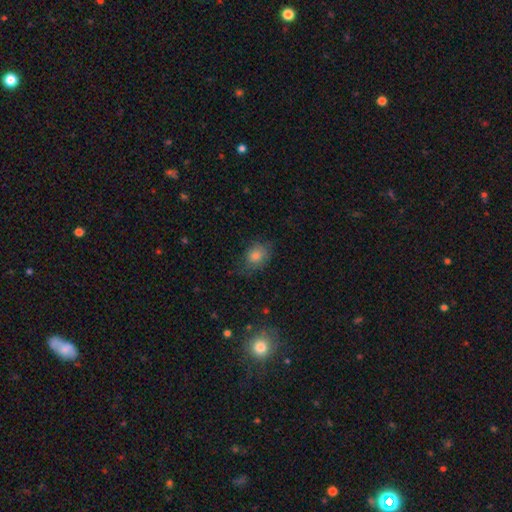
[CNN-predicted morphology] Overall: smooth (76%). How rounded: in between (57%; round 42%). Merging: none (67%).